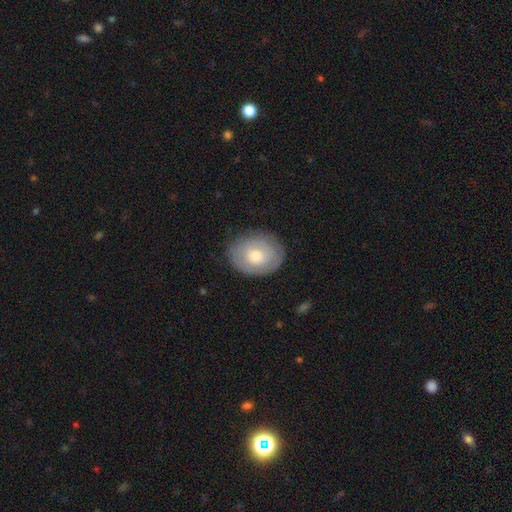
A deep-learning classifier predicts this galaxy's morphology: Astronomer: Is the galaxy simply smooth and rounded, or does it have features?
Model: smooth — 59% (runner-up: featured or disk, 35%).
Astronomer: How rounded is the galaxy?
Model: in between — 56% (runner-up: round, 43%).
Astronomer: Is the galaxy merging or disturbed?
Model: none — 83%.